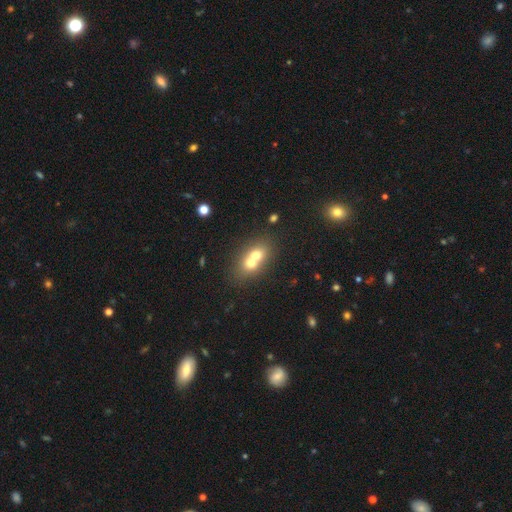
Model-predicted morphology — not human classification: smooth 64%, featured or disk 25%, star or artifact 12%. Down the decision tree: how rounded — round (49%, tied with in between); merging — merger (69%).